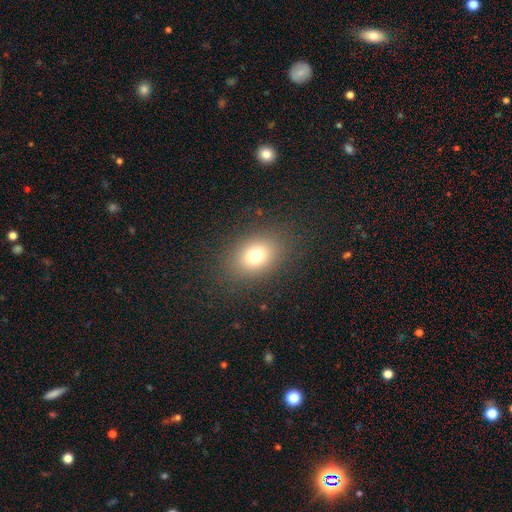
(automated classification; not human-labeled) smooth 74%, star or artifact 15%, featured or disk 11%. Down the decision tree: how rounded — in between (63%); merging — none (84%).